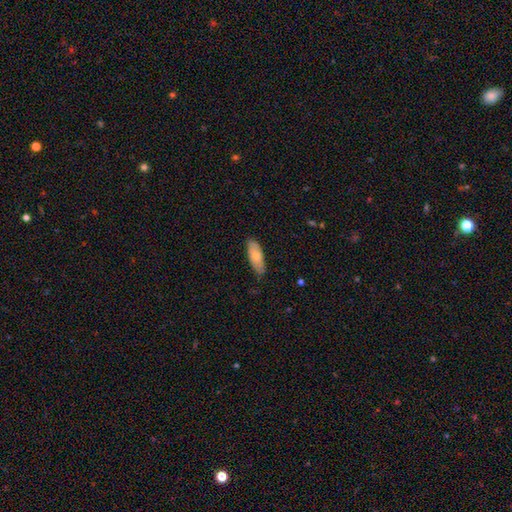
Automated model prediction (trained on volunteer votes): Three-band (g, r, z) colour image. It shows a smooth galaxy with no disk features (73%) that is in between round and cigar-shaped (72%). Merging: none (81%).